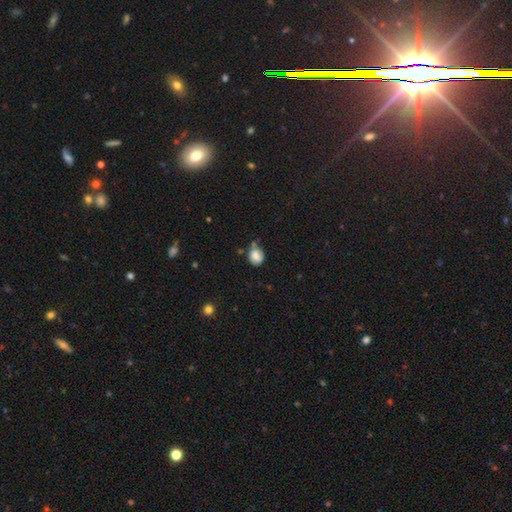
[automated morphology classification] Smooth or featured? Predicted: smooth (p=0.80). How rounded? Predicted: round (p=0.64). Merging? Predicted: none (p=0.57).